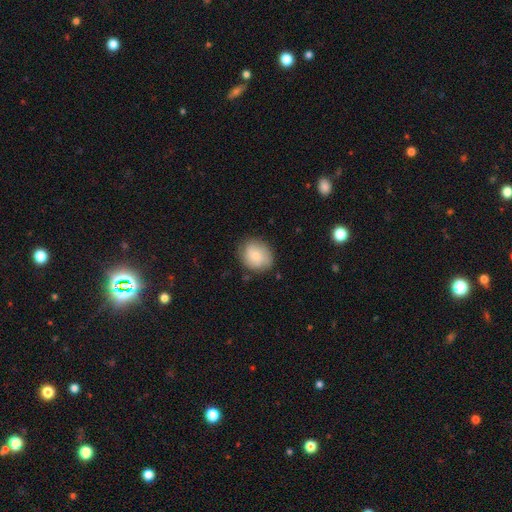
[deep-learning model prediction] Overall: smooth (76%). How rounded: round (66%; in between 33%). Merging: none (78%).